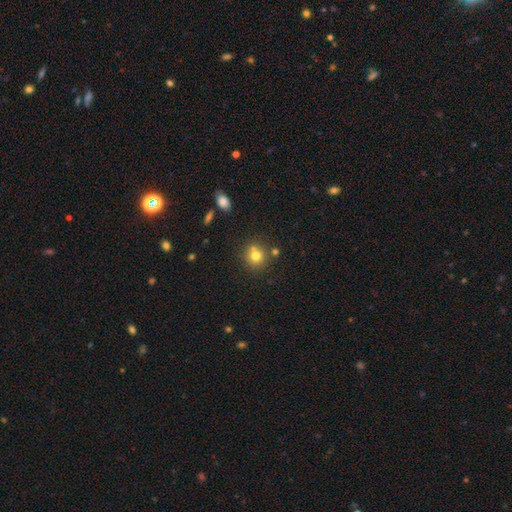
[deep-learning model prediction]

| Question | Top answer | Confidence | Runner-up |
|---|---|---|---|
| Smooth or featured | smooth | 74% | star or artifact (15%) |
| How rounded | round | 90% | in between (9%) |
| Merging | none | 68% | merger (20%) |